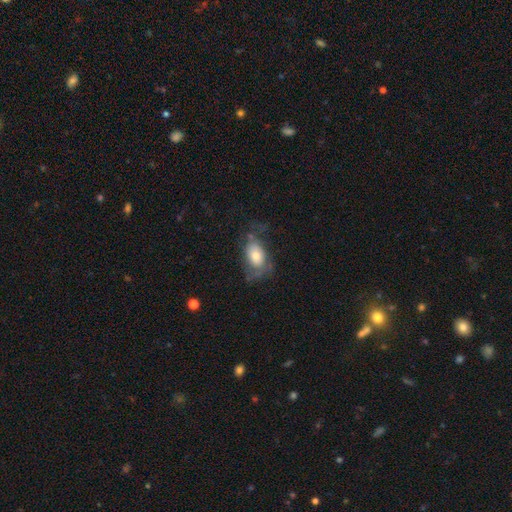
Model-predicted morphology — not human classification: type=smooth (64%); roundness=in between (87%); merging=none (42%).